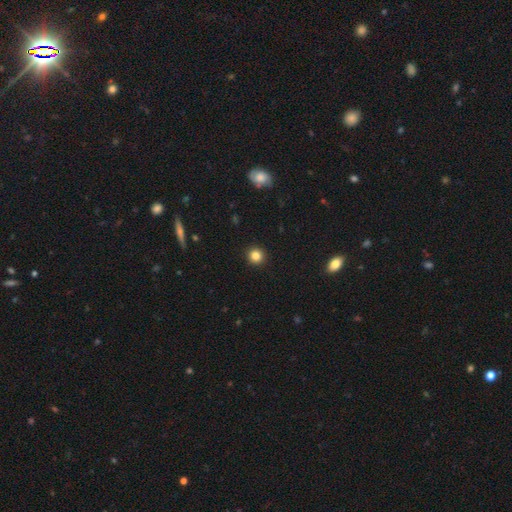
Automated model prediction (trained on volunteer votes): A smooth galaxy with no disk features (83%) that is round (95%). Merging: none (93%).